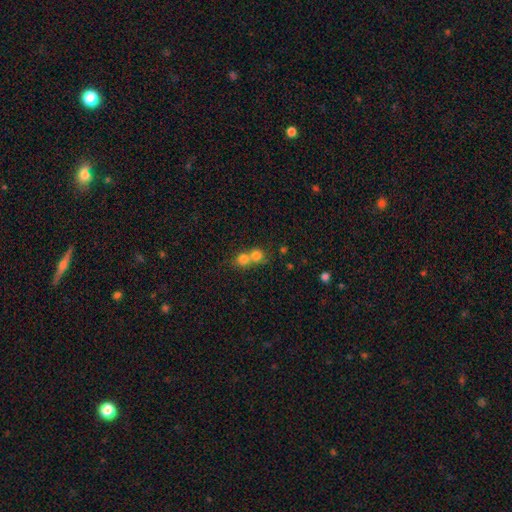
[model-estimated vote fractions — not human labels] smooth-or-featured: smooth: 76% | star or artifact: 12% | featured or disk: 11%
  how-rounded: round: 84% | in between: 15% | cigar-shaped: 1%
  merging: merger: 60% | none: 32% | minor disturbance: 5% | major disturbance: 3%